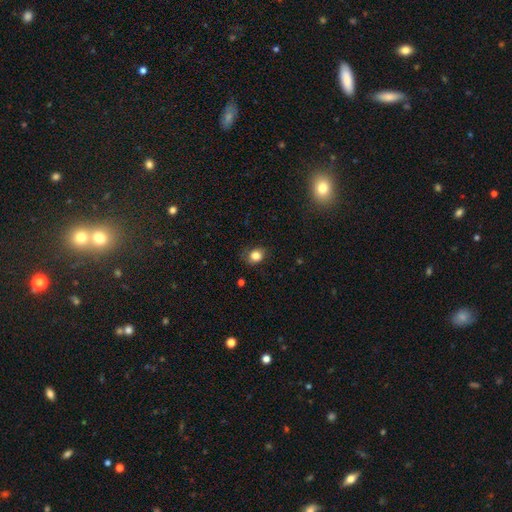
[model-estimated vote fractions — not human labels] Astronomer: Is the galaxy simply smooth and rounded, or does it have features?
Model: smooth — 83%.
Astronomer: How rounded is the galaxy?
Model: round — 59% (runner-up: in between, 40%).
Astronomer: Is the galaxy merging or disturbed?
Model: none — 74%.